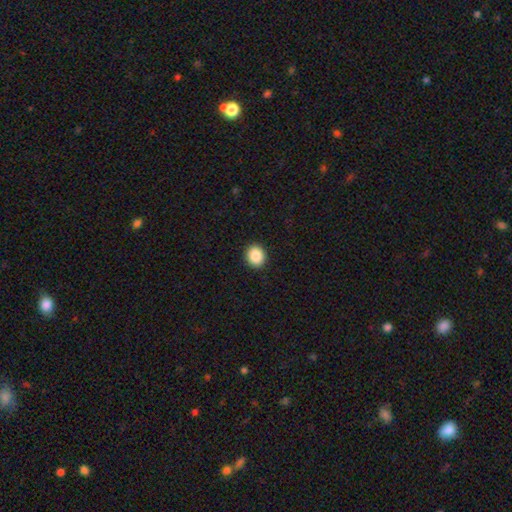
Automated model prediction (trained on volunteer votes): Smooth or featured?
  - smooth: 88% *
  - star or artifact: 9%
  - featured or disk: 4%
How rounded?
  - round: 74% *
  - in between: 25%
  - cigar-shaped: 1%
Merging?
  - none: 92% *
  - minor disturbance: 5%
  - major disturbance: 2%
  - merger: 1%